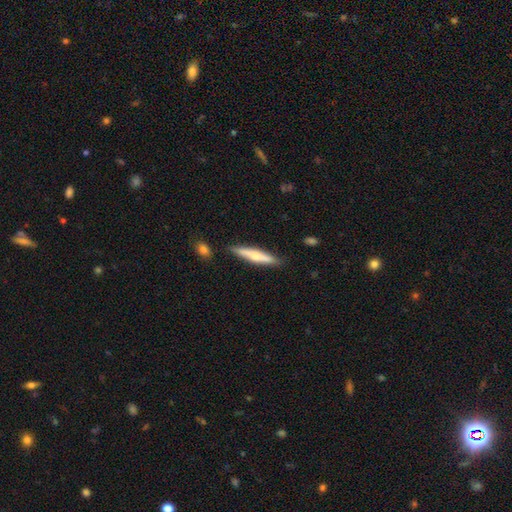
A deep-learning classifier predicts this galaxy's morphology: type=smooth (52%); roundness=cigar-shaped (90%); merging=none (85%).